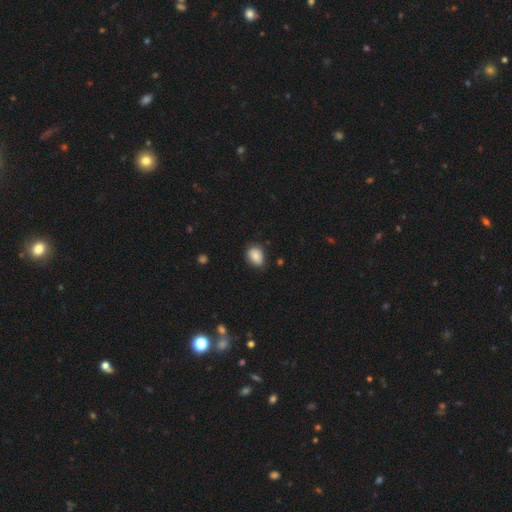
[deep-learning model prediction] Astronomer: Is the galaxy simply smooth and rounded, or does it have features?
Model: smooth — 83%.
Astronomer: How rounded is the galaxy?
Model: in between — 70%.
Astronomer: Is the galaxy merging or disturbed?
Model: none — 77%.